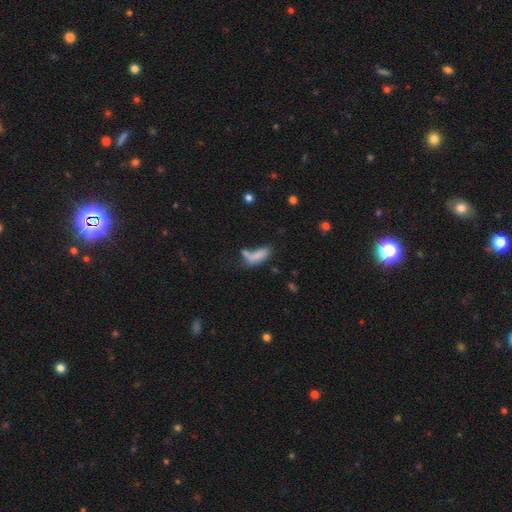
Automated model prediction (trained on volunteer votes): smooth 74%, featured or disk 15%, star or artifact 11%. Down the decision tree: how rounded — in between (74%); merging — none (30%, tied with merger).